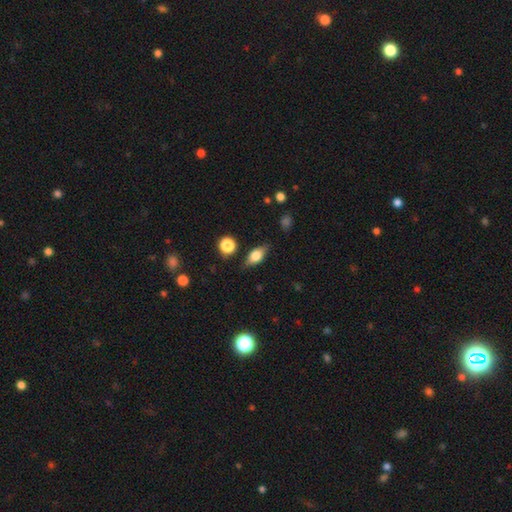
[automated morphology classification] The model was most divided on "smooth or featured": smooth: 63%, featured or disk: 28%, star or artifact: 9%. More confident: merging — none (80%); how rounded — in between (75%).